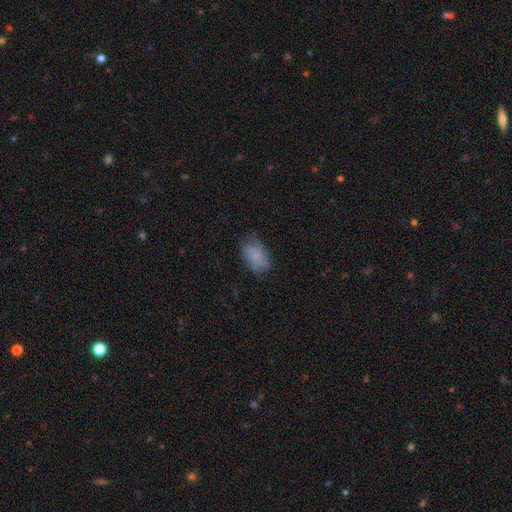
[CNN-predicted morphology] Overall: smooth (81%). How rounded: in between (91%). Merging: none (69%).